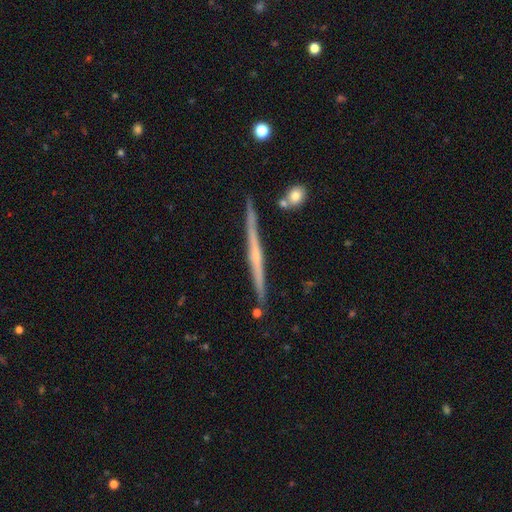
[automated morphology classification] smooth-or-featured: featured or disk: 71% | smooth: 23% | star or artifact: 6%
  disk-edge-on: yes: 98% | no: 2%
    edge-on-bulge: none: 58% | rounded: 36% | boxy: 7%
  merging: none: 88% | minor disturbance: 8% | merger: 3% | major disturbance: 2%